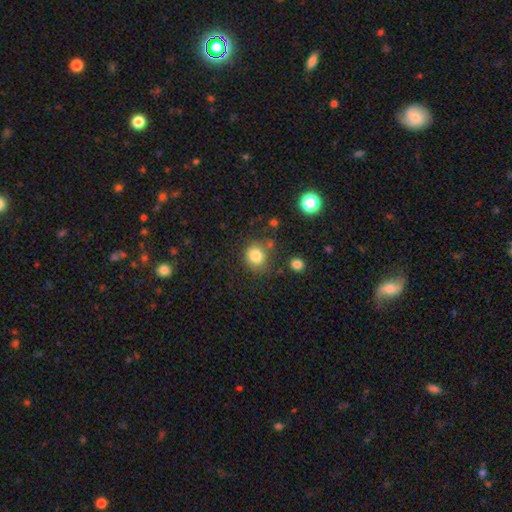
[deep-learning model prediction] The model was most divided on "how rounded": round: 77%, in between: 22%, cigar-shaped: 1%. More confident: smooth or featured — smooth (83%); merging — none (73%).